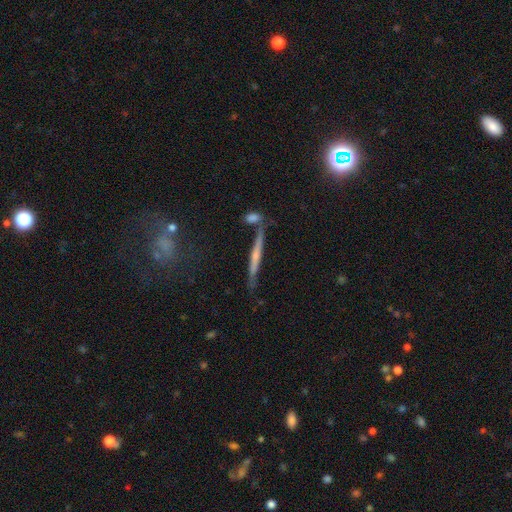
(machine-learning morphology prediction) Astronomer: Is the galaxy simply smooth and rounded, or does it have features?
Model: featured or disk — 63%.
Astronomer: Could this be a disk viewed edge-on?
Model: yes — 95%.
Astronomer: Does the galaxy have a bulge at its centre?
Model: rounded — 47% (runner-up: none, 42%).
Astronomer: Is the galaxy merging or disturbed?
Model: none — 76%.